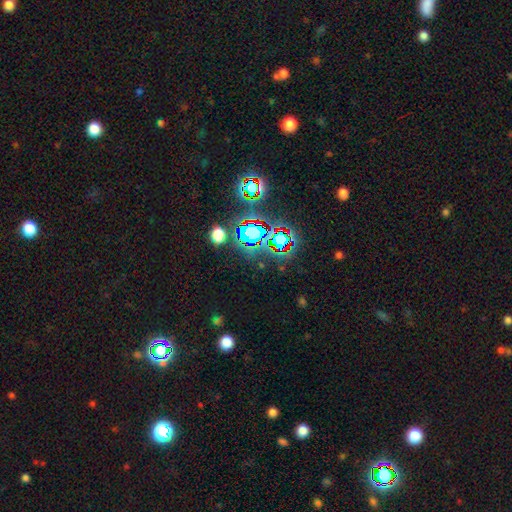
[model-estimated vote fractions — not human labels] The model was most divided on "smooth or featured": star or artifact: 75%, smooth: 16%, featured or disk: 9%.